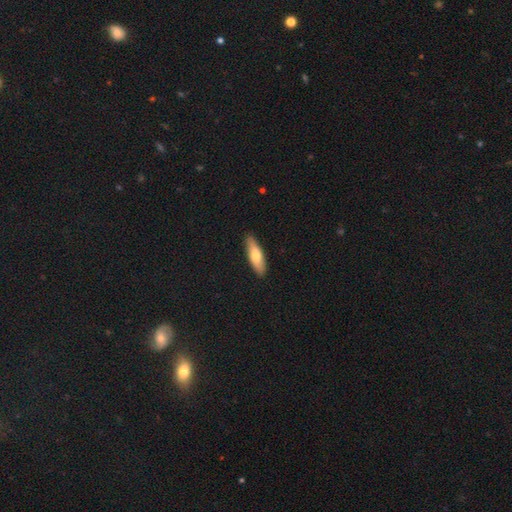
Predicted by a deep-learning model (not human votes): Smooth or featured: smooth — 71% (featured or disk — 23%)
How rounded: cigar-shaped — 56% (in between — 42%)
Merging: none — 89% (minor disturbance — 8%)